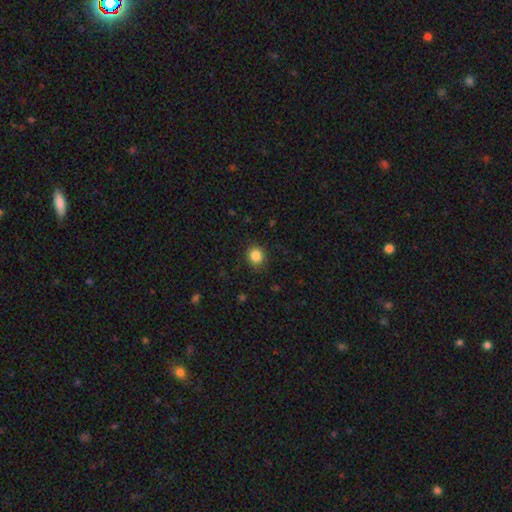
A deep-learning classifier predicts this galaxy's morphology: Smooth or featured? Predicted: smooth (p=0.85). How rounded? Predicted: round (p=0.85). Merging? Predicted: none (p=0.87).